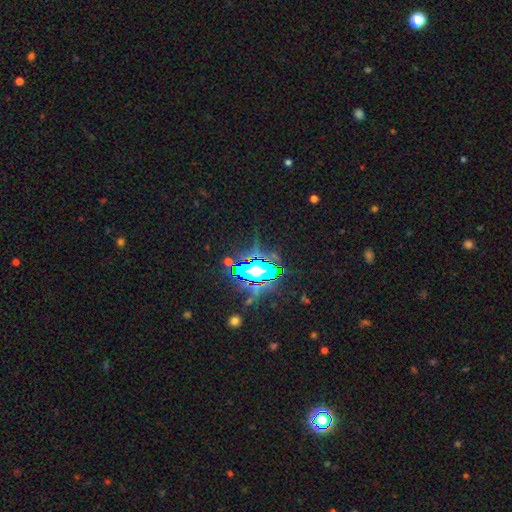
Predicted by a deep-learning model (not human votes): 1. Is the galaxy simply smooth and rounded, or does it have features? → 65% star or artifact, 20% smooth, 15% featured or disk.